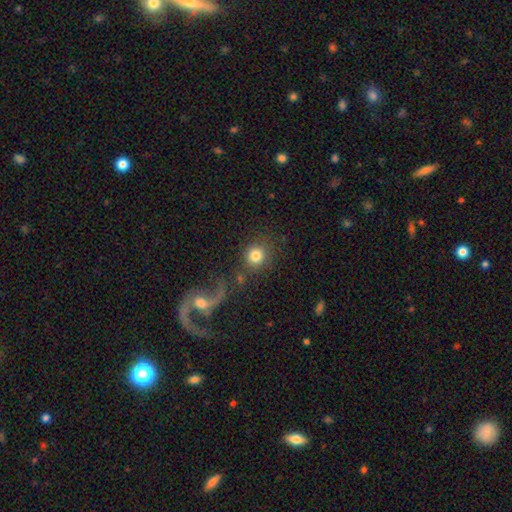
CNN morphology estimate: smooth-or-featured: smooth: 80% | featured or disk: 11% | star or artifact: 9%
  how-rounded: round: 88% | in between: 11% | cigar-shaped: 1%
  merging: none: 68% | merger: 12% | minor disturbance: 10% | major disturbance: 10%